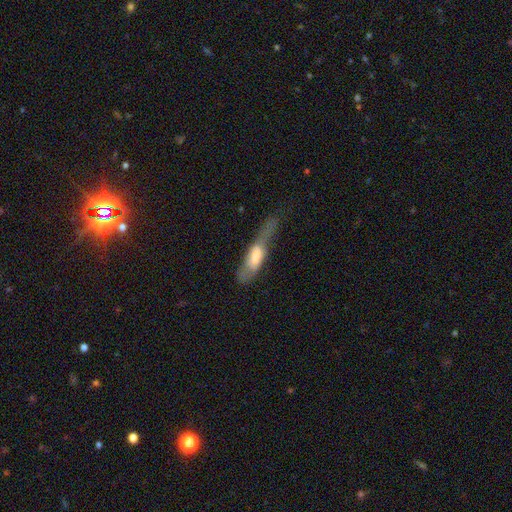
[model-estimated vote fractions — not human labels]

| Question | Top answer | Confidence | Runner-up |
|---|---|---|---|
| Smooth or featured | smooth | 51% | featured or disk (41%) |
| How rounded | cigar-shaped | 58% | in between (40%) |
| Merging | major disturbance | 36% | none (28%) |